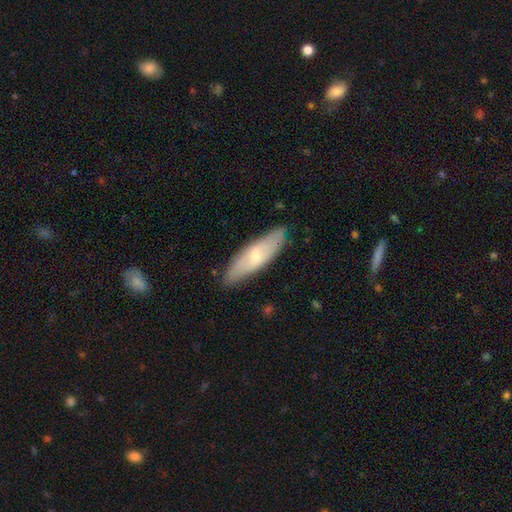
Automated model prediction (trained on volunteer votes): smooth-or-featured: smooth: 57% | featured or disk: 37% | star or artifact: 6%
  how-rounded: cigar-shaped: 51% | in between: 47% | round: 2%
  merging: none: 83% | minor disturbance: 14% | major disturbance: 2% | merger: 1%